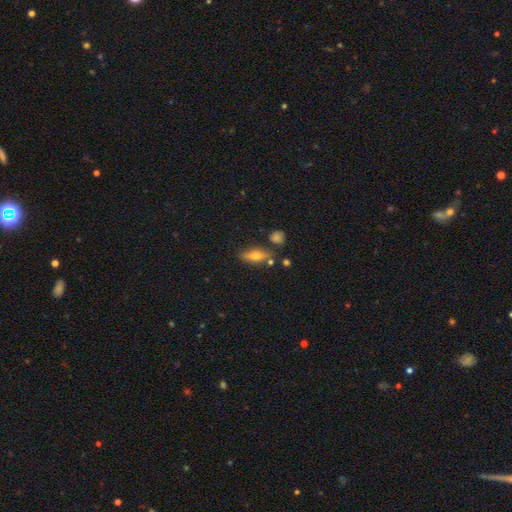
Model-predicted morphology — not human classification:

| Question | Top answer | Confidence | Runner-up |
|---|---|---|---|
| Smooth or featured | smooth | 46% | featured or disk (43%) |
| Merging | none | 75% | minor disturbance (14%) |